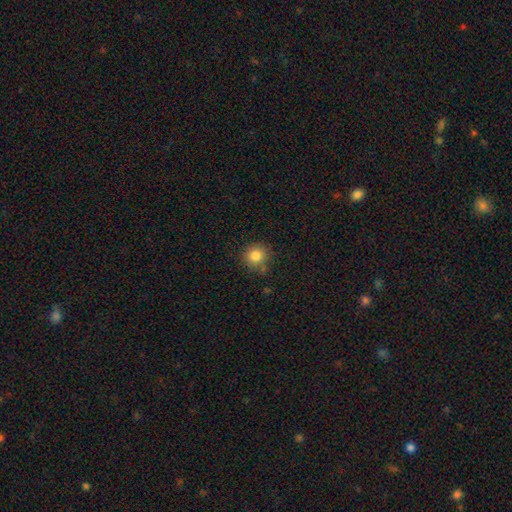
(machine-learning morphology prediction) A smooth galaxy with no disk features (84%) that is round (91%). Merging: none (76%).